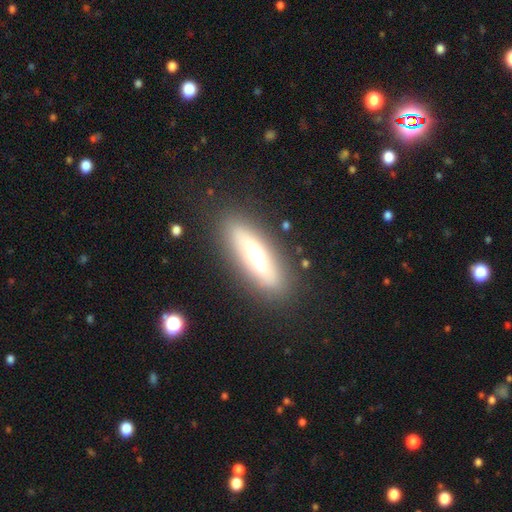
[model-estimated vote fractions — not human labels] A smooth galaxy with no disk features (50%). Merging: none (84%).